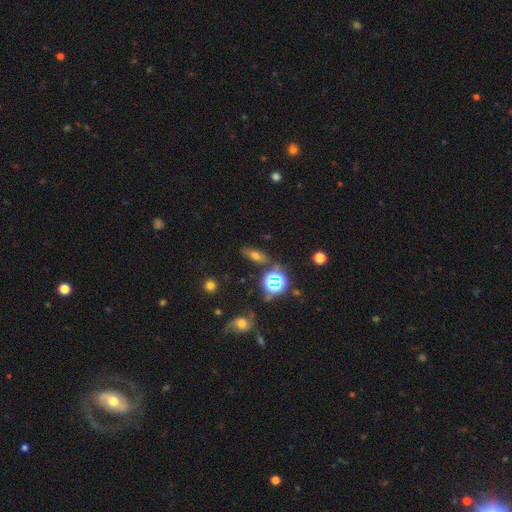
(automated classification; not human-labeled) This appears to be a smooth galaxy with no disk features (50%) that is in between round and cigar-shaped (67%). Merging: none (79%).